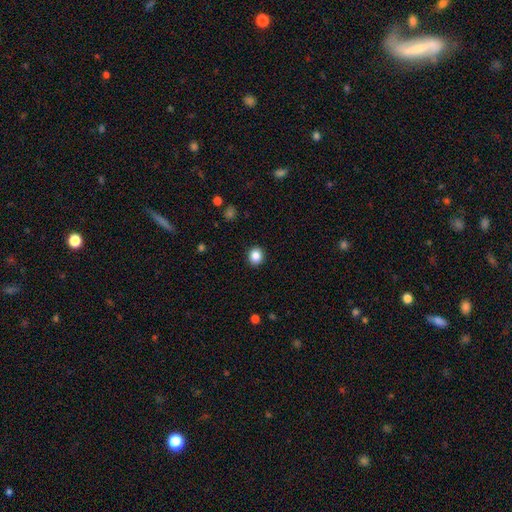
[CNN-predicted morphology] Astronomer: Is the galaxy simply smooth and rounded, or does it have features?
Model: smooth — 86%.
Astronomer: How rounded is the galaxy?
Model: round — 75%.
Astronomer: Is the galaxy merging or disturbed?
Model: none — 91%.